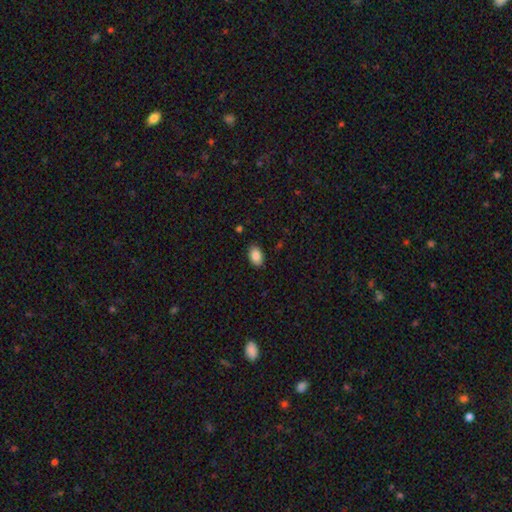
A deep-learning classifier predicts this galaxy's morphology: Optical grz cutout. It shows a smooth galaxy with no disk features (88%) that is in between round and cigar-shaped (90%). Merging: none (87%).